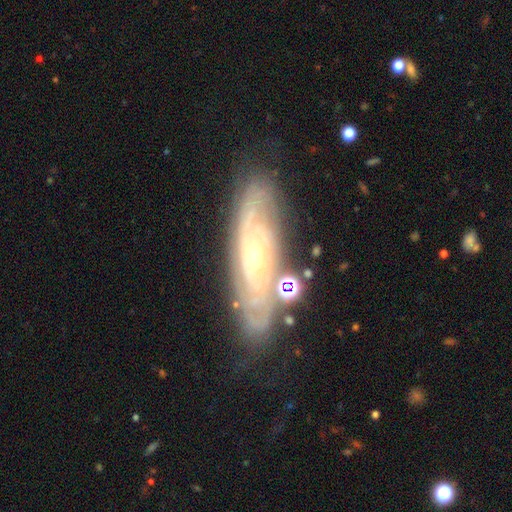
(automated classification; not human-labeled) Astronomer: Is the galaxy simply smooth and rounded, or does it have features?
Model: featured or disk — 84%.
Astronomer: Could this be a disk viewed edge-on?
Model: no — 84%.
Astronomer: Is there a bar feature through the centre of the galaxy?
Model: no — 74%.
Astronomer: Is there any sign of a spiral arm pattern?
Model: yes — 92%.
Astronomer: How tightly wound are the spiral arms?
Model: tight — 74%.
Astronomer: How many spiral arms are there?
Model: can't tell — 45% (runner-up: 2, 26%).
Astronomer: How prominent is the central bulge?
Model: small — 74%.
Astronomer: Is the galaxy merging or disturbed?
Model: none — 76%.